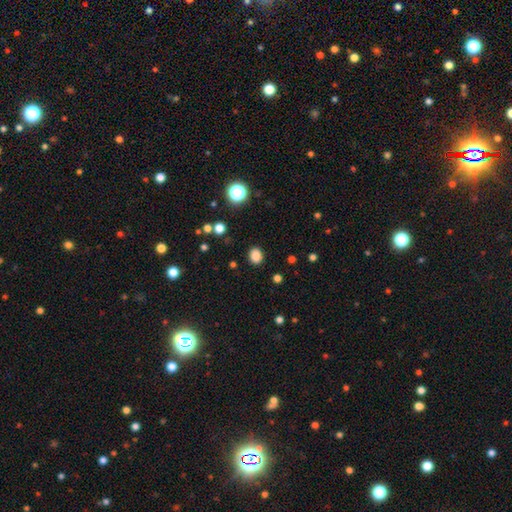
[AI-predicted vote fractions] Q: Smooth or featured?
A: smooth (84%); runner-up: star or artifact (12%)
Q: How rounded?
A: round (53%); runner-up: in between (46%)
Q: Merging?
A: none (88%); runner-up: minor disturbance (8%)